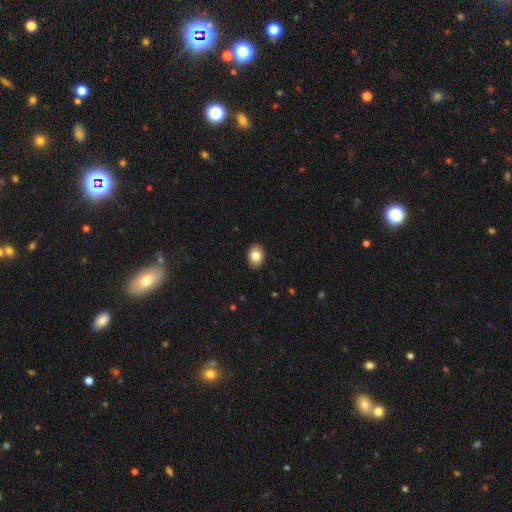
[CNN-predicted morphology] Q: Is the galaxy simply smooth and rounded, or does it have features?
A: smooth — 83%.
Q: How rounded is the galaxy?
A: in between — 67%.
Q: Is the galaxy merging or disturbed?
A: none — 90%.